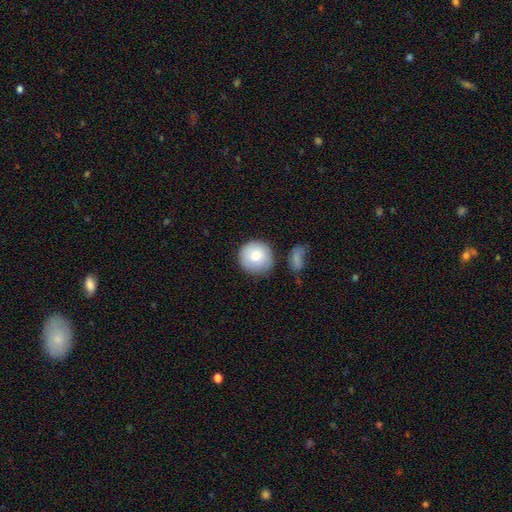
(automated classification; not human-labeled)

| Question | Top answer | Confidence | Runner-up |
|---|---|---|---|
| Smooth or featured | smooth | 78% | featured or disk (14%) |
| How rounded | round | 94% | in between (5%) |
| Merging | none | 80% | minor disturbance (11%) |